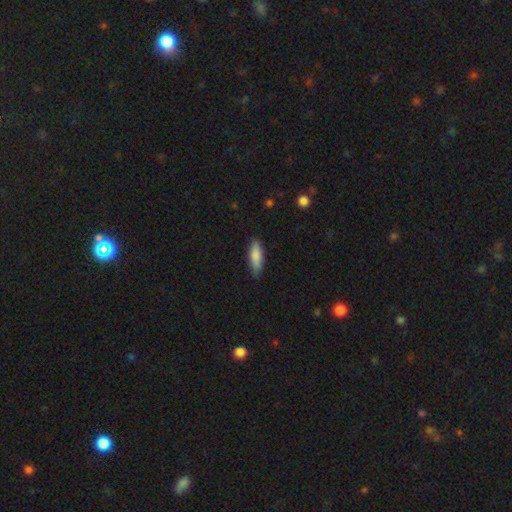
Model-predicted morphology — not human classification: Overall: smooth (83%). How rounded: in between (53%; cigar-shaped 45%). Merging: none (82%).